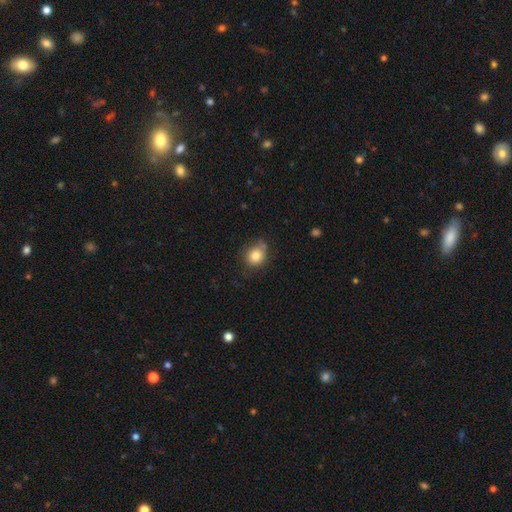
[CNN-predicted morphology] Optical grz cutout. It shows a smooth galaxy with no disk features (81%) that is round (81%). Merging: none (67%).